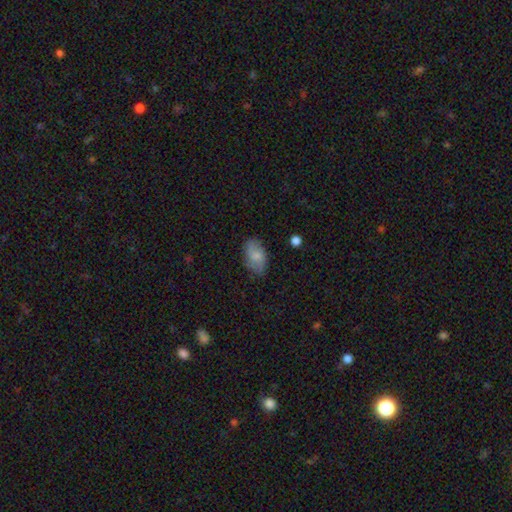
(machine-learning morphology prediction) Overall: smooth (72%). How rounded: in between (92%). Merging: none (75%).